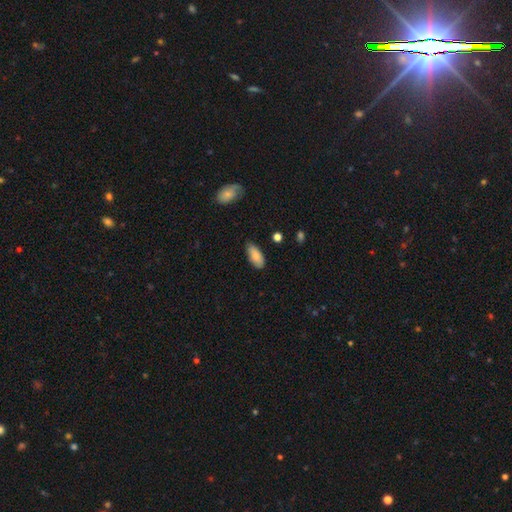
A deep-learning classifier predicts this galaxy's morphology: Smooth or featured?
  - smooth: 86% *
  - featured or disk: 7%
  - star or artifact: 6%
How rounded?
  - in between: 87% *
  - cigar-shaped: 11%
  - round: 2%
Merging?
  - none: 81% *
  - minor disturbance: 15%
  - major disturbance: 3%
  - merger: 1%